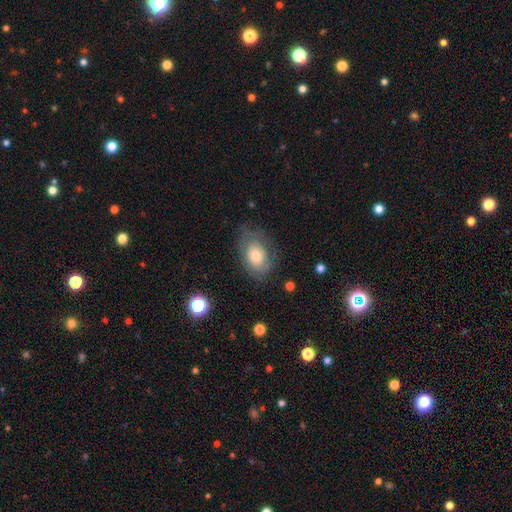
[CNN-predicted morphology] smooth-or-featured: featured or disk: 48% | smooth: 44% | star or artifact: 8%
  merging: none: 63% | minor disturbance: 23% | major disturbance: 13% | merger: 1%